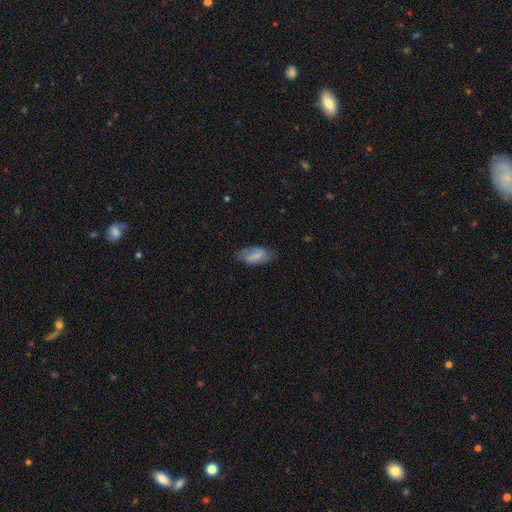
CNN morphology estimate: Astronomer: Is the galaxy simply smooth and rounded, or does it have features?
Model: smooth — 64%.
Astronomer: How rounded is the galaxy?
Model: in between — 91%.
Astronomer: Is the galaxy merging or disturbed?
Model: none — 73%.